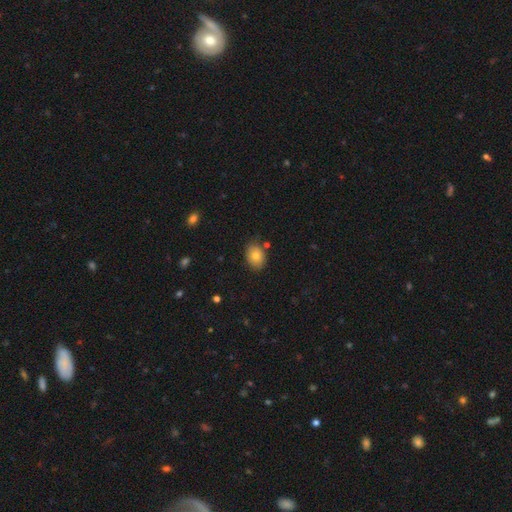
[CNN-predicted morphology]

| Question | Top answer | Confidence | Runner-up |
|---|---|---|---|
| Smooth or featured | smooth | 79% | featured or disk (13%) |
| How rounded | in between | 71% | round (28%) |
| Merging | none | 80% | minor disturbance (13%) |